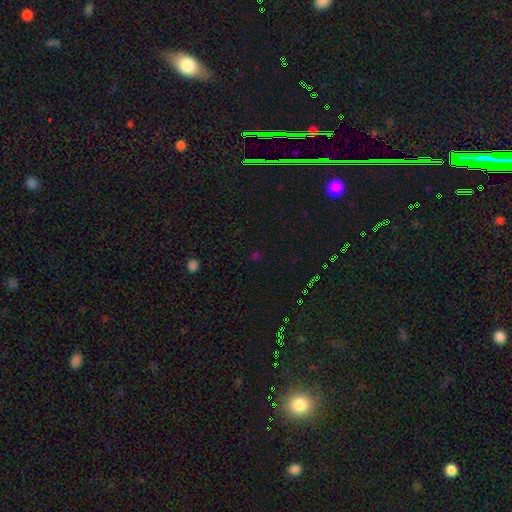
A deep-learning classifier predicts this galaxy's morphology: Smooth or featured? Predicted: star or artifact (p=0.58).